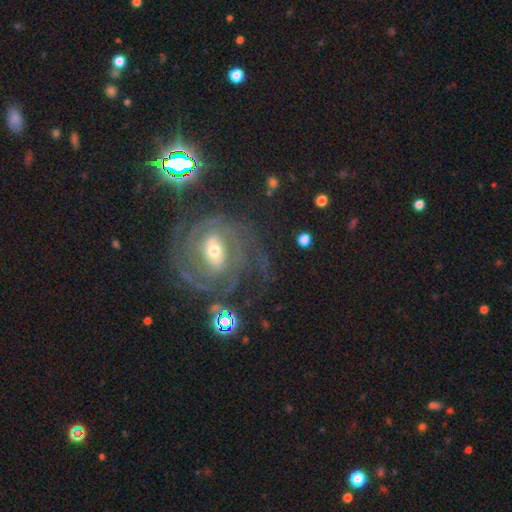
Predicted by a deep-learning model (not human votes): Smooth or featured? featured or disk (75%)
Edge-on disk? no (95%)
Bar? weak (49%)
Spiral arms? yes (90%)
Spiral winding? tight (55%)
Spiral arm count? 2 (44%)
Bulge size? moderate (51%)
Merging? none (68%)